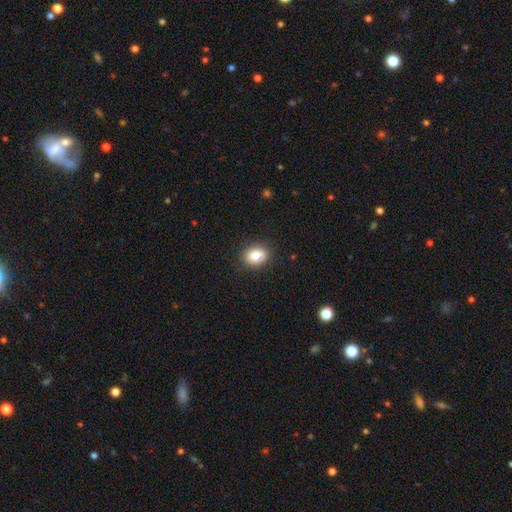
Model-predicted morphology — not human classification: type=smooth (85%); roundness=in between (62%); merging=none (88%).